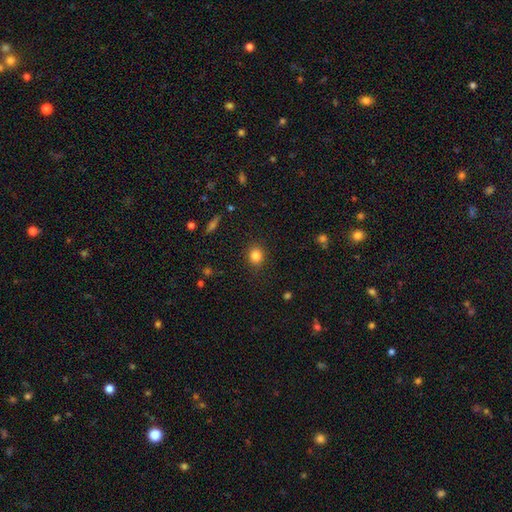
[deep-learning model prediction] Overall: smooth (83%). How rounded: round (76%). Merging: none (88%).